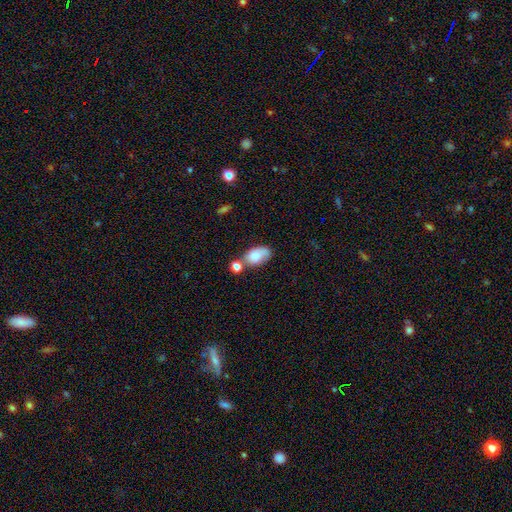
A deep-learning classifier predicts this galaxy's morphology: type=smooth (74%); roundness=in between (90%); merging=none (39%).